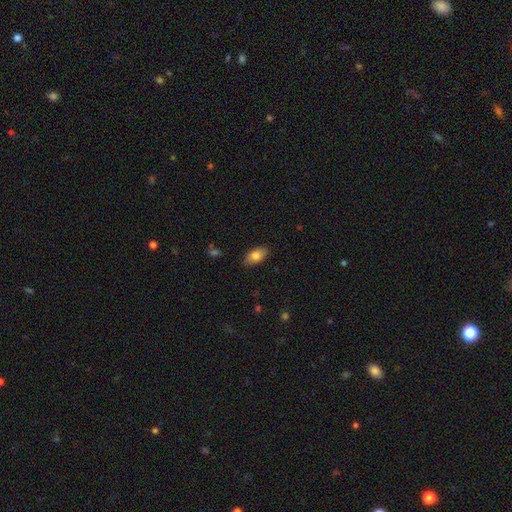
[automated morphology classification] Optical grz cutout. It shows a smooth galaxy with no disk features (80%) that is in between round and cigar-shaped (92%). Merging: none (85%).